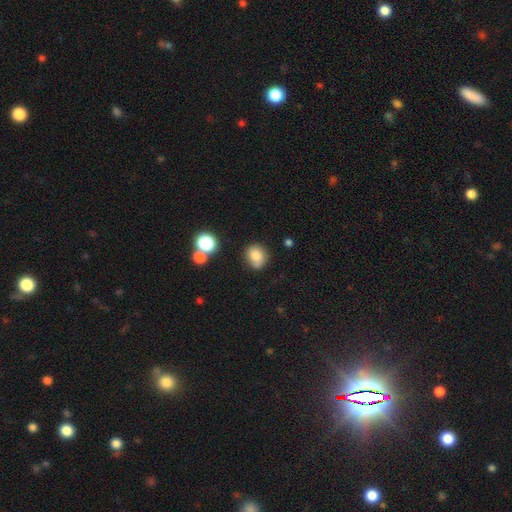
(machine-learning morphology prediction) The model was most divided on "how rounded": round: 64%, in between: 34%, cigar-shaped: 1%. More confident: smooth or featured — smooth (81%); merging — none (70%).